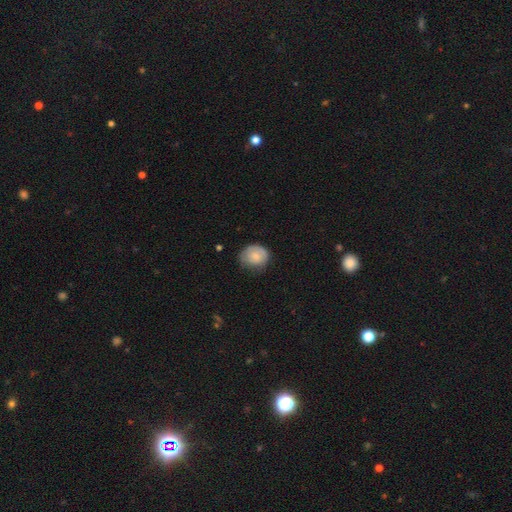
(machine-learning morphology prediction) type=smooth (71%); roundness=round (67%); merging=none (58%).